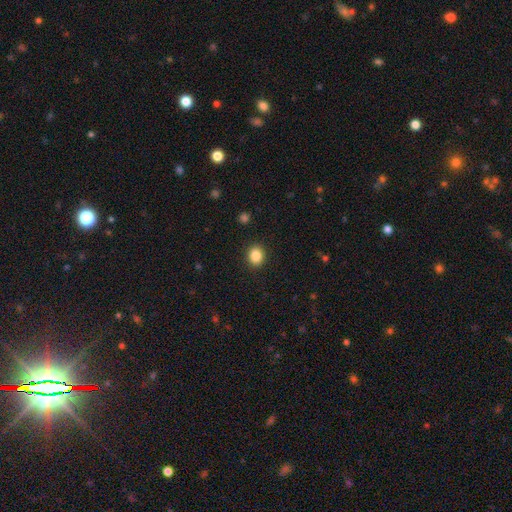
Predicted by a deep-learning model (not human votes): Smooth or featured? smooth (86%)
How rounded? round (66%)
Merging? none (91%)